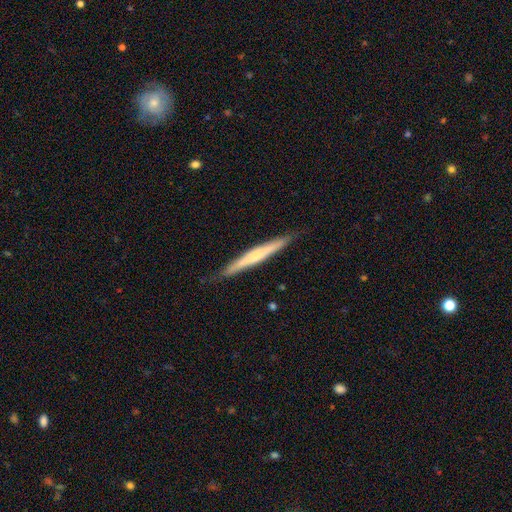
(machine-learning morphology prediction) This is possibly a featured or disk galaxy (57%). It is clearly viewed edge-on (96%). Edge-on bulge: possibly rounded (59%). Merging: clearly none (86%).